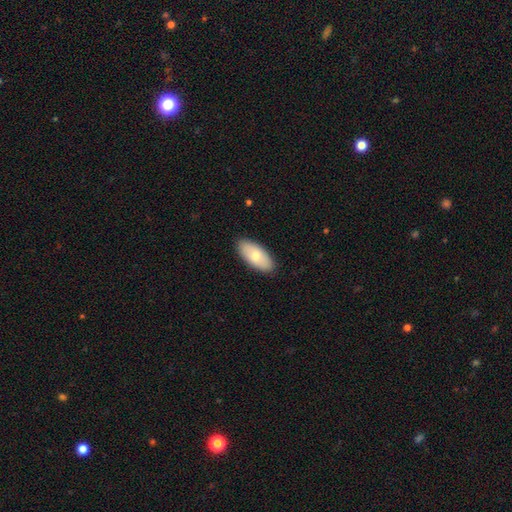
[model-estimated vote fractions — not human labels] smooth 74%, featured or disk 21%, star or artifact 5%. Down the decision tree: how rounded — in between (90%); merging — none (89%).